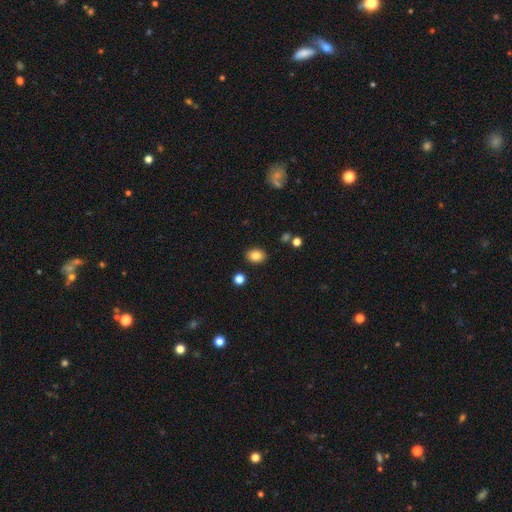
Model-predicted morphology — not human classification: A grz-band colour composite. It shows a smooth galaxy with no disk features (83%) that is in between round and cigar-shaped (63%). Merging: none (88%).